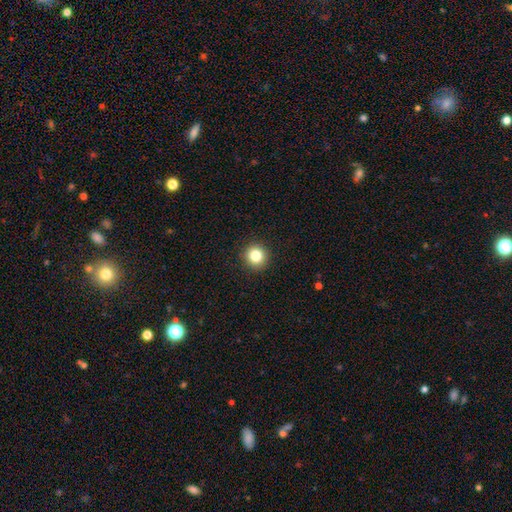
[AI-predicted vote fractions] A smooth galaxy with no disk features (83%) that is round (93%).

Vote fractions:
- Smooth or featured? smooth: 83% / star or artifact: 11% / featured or disk: 6%
- How rounded? round: 93% / in between: 6% / cigar-shaped: 1%
- Merging? none: 93% / minor disturbance: 5% / major disturbance: 2% / merger: 1%